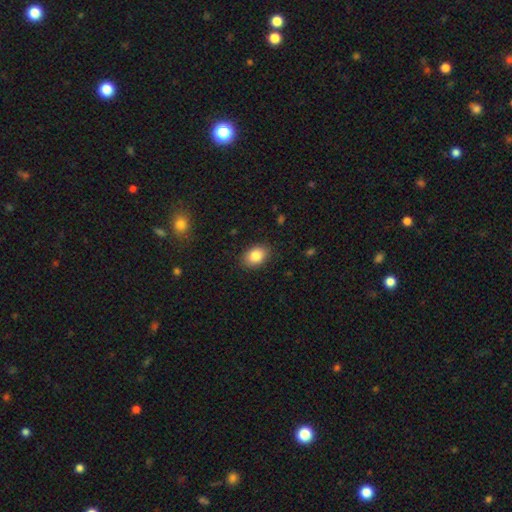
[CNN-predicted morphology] Q: Smooth or featured?
A: smooth (85%); runner-up: star or artifact (8%)
Q: How rounded?
A: in between (77%); runner-up: round (22%)
Q: Merging?
A: none (87%); runner-up: minor disturbance (9%)